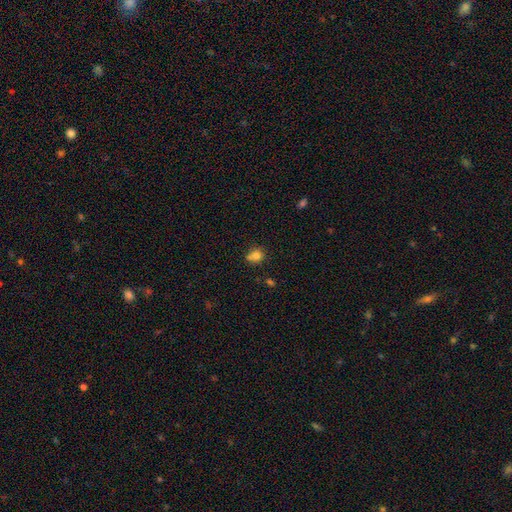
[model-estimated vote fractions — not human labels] Q: Smooth or featured?
A: smooth (78%); runner-up: star or artifact (12%)
Q: How rounded?
A: round (78%); runner-up: in between (21%)
Q: Merging?
A: none (52%); runner-up: merger (29%)